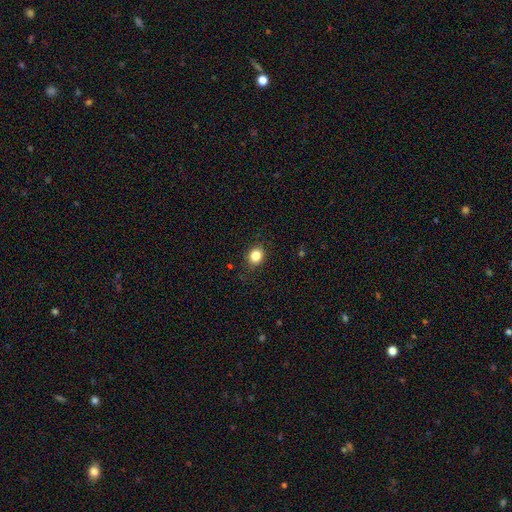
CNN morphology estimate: Q: Smooth or featured?
A: smooth (84%); runner-up: star or artifact (11%)
Q: How rounded?
A: round (65%); runner-up: in between (34%)
Q: Merging?
A: none (88%); runner-up: minor disturbance (9%)